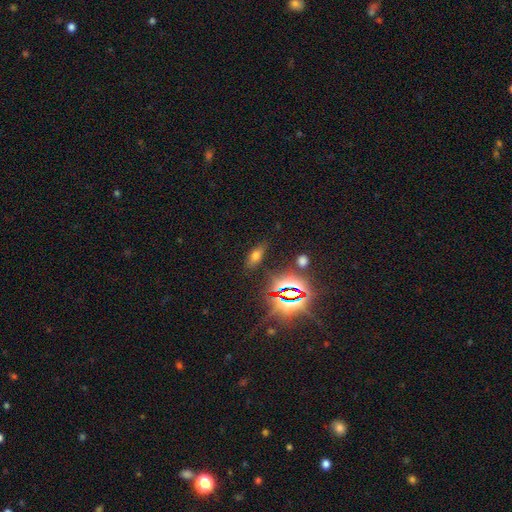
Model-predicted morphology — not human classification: type=smooth (58%); roundness=in between (77%); merging=none (81%).